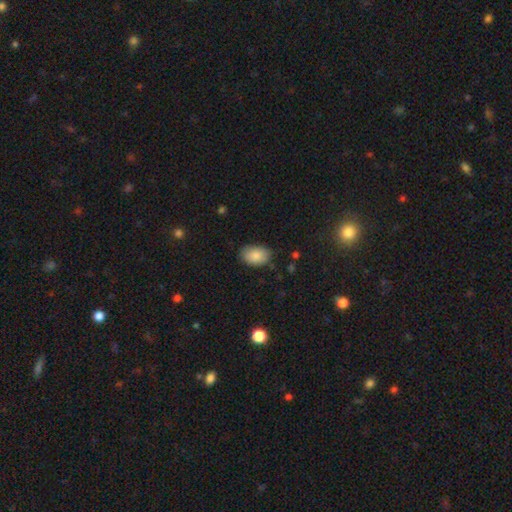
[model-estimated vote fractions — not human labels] Smooth or featured? smooth (87%)
How rounded? in between (89%)
Merging? none (82%)